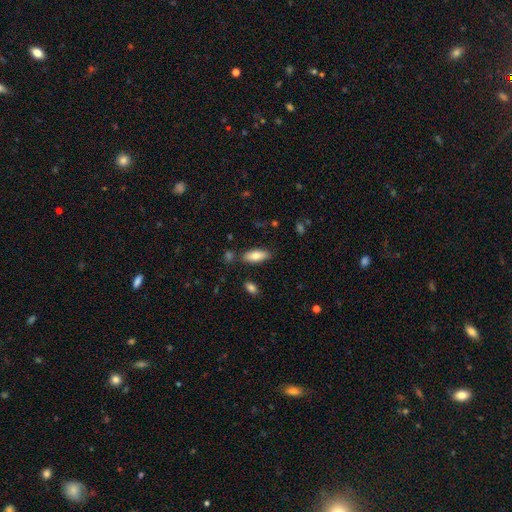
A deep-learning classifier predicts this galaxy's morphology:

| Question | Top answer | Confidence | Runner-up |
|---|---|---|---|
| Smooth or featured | smooth | 80% | featured or disk (14%) |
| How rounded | in between | 77% | cigar-shaped (21%) |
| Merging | none | 81% | minor disturbance (12%) |